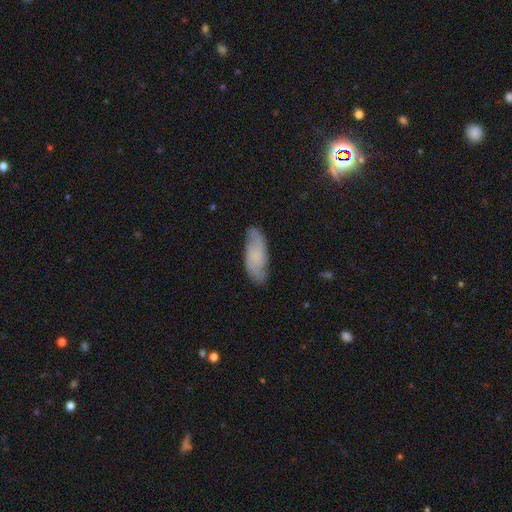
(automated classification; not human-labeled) smooth-or-featured: featured or disk: 48% | smooth: 44% | star or artifact: 8%
  merging: none: 77% | minor disturbance: 18% | major disturbance: 4% | merger: 1%